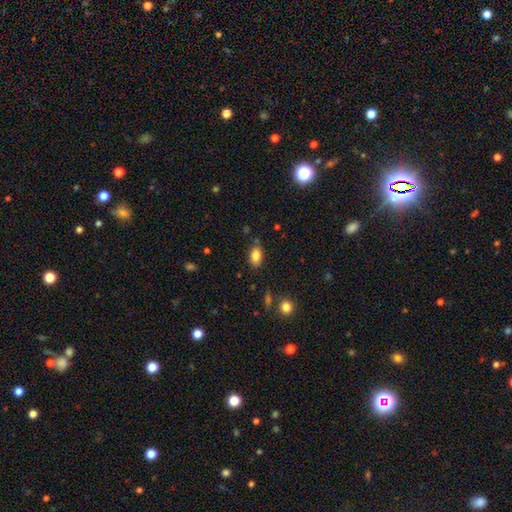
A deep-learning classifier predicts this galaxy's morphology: smooth-or-featured: smooth: 85% | star or artifact: 9% | featured or disk: 6%
  how-rounded: in between: 90% | round: 7% | cigar-shaped: 3%
  merging: none: 80% | minor disturbance: 13% | merger: 4% | major disturbance: 3%